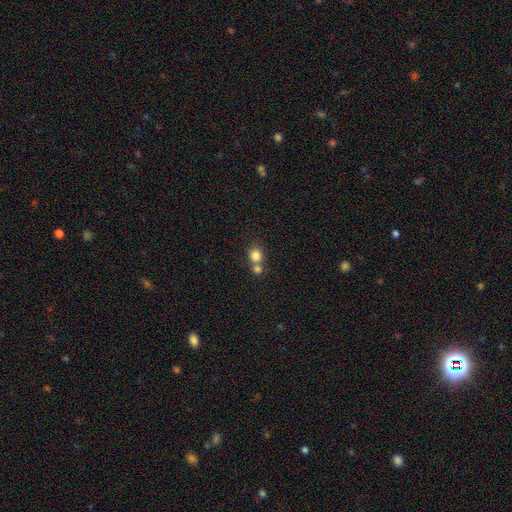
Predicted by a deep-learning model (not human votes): Smooth or featured: smooth — 81% (star or artifact — 11%)
How rounded: round — 73% (in between — 26%)
Merging: merger — 46% (none — 44%)